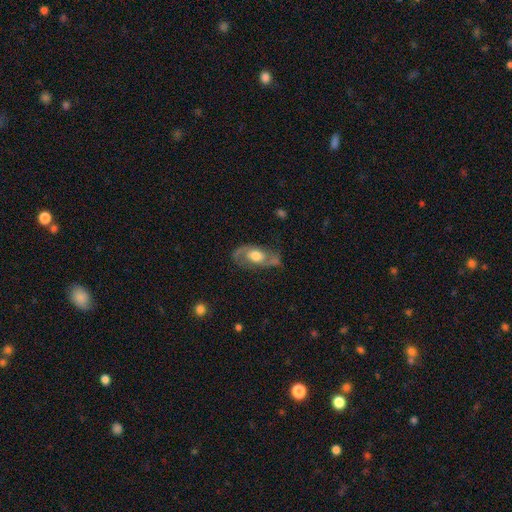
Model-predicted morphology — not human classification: A featured or disk galaxy (78%) with no bar (65%), 2 (89%) medium (48%) spiral arms (89%) and a moderate central bulge (57%).

Vote fractions:
- Smooth or featured? featured or disk: 78% / smooth: 16% / star or artifact: 6%
- Edge-on disk? no: 92% / yes: 8%
- Bar? no: 65% / weak: 29% / strong: 6%
- Spiral arms? yes: 89% / no: 11%
- Spiral winding? medium: 48% / loose: 36% / tight: 16%
- Spiral arm count? 2: 89% / can't tell: 5% / 1: 3% / 3: 1% / 4: 1% / more than 4: 1%
- Bulge size? moderate: 57% / large: 33% / small: 7% / dominant: 2% / none: 2%
- Merging? none: 69% / minor disturbance: 20% / major disturbance: 9% / merger: 2%